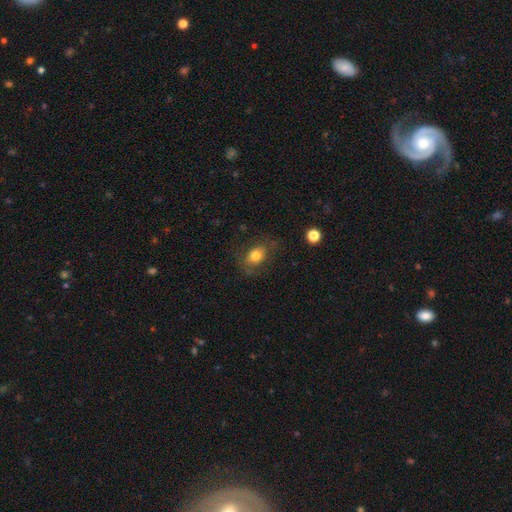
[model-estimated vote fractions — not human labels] smooth_or_featured: smooth (p=0.74) [alt: featured or disk p=0.16]
how_rounded: in between (p=0.71) [alt: round p=0.28]
merging: none (p=0.69) [alt: minor disturbance p=0.19]